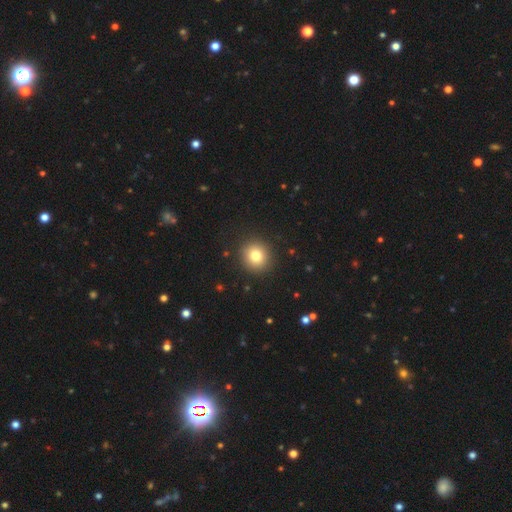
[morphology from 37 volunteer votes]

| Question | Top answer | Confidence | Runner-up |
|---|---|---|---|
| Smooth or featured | smooth | 81% | featured or disk (11%) |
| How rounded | round | 97% | in between (3%) |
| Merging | none | 88% | minor disturbance (12%) |